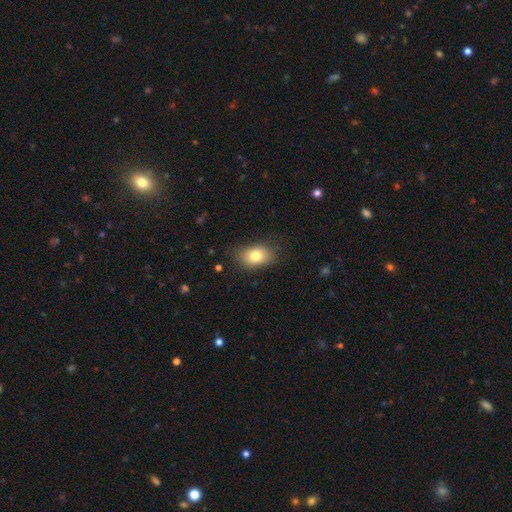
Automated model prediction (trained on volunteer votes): Smooth or featured? smooth (79%)
How rounded? in between (78%)
Merging? none (79%)